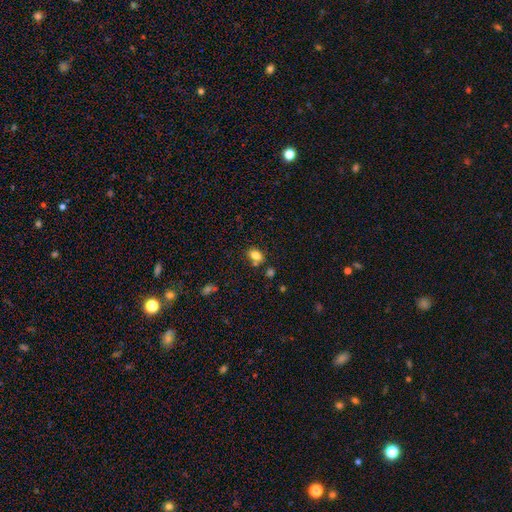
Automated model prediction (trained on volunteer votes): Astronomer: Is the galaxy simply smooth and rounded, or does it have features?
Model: smooth — 81%.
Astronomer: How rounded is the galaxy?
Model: in between — 73%.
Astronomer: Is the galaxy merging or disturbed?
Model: none — 68%.